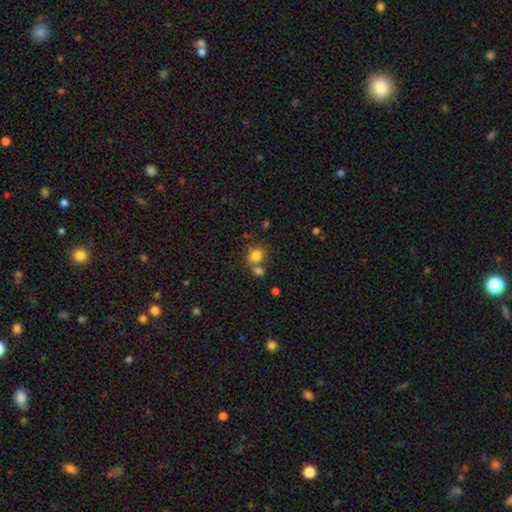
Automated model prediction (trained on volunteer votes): Q: Smooth or featured?
A: smooth (82%); runner-up: star or artifact (11%)
Q: How rounded?
A: round (78%); runner-up: in between (21%)
Q: Merging?
A: none (53%); runner-up: merger (34%)